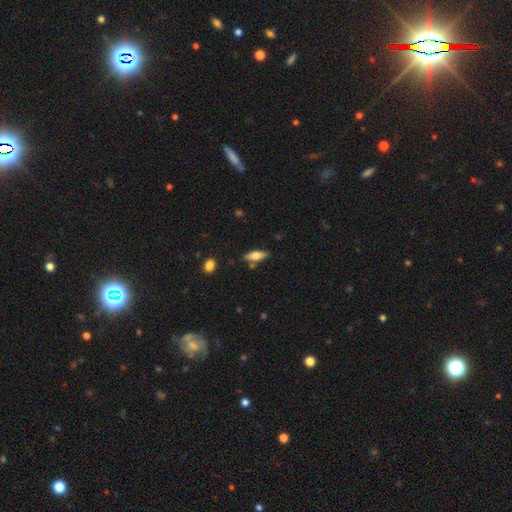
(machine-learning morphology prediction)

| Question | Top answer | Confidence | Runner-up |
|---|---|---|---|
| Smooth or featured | smooth | 60% | featured or disk (33%) |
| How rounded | in between | 59% | cigar-shaped (39%) |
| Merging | none | 79% | minor disturbance (13%) |